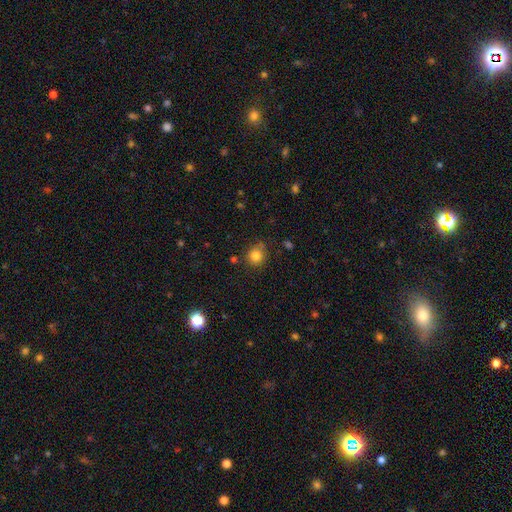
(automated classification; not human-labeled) Overall: smooth (82%). How rounded: round (89%). Merging: none (78%).